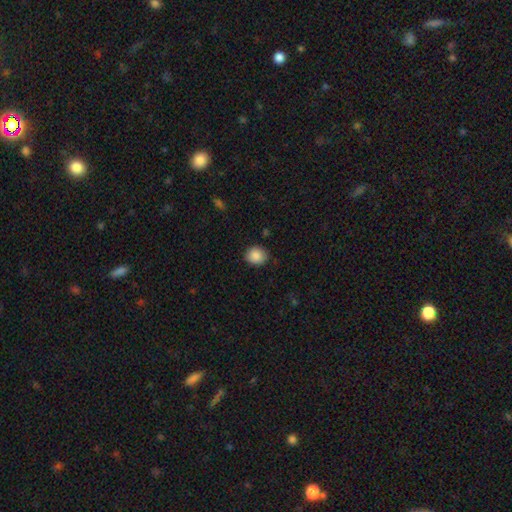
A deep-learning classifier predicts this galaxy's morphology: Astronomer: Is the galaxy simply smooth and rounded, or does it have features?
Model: smooth — 88%.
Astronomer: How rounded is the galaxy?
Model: round — 79%.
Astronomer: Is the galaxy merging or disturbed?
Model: none — 87%.